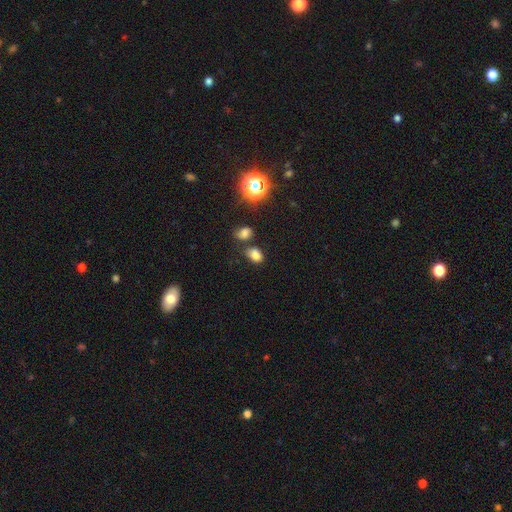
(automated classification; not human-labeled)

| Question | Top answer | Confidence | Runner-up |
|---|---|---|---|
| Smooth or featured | smooth | 77% | star or artifact (16%) |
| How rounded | in between | 78% | round (21%) |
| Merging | none | 63% | merger (18%) |